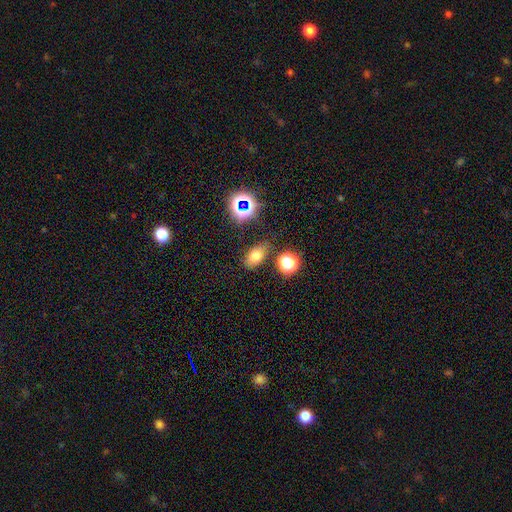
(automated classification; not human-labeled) smooth_or_featured: smooth (p=0.66) [alt: star or artifact p=0.20]
how_rounded: in between (p=0.82) [alt: round p=0.16]
merging: none (p=0.77) [alt: minor disturbance p=0.13]